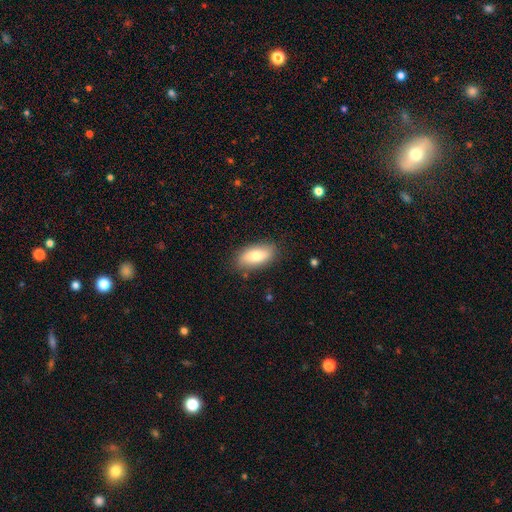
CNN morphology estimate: Smooth or featured?
  - smooth: 78% *
  - featured or disk: 16%
  - star or artifact: 6%
How rounded?
  - in between: 89% *
  - cigar-shaped: 8%
  - round: 3%
Merging?
  - none: 83% *
  - minor disturbance: 13%
  - major disturbance: 3%
  - merger: 1%